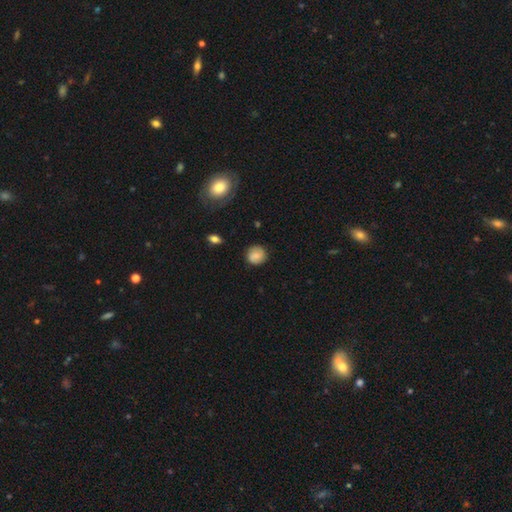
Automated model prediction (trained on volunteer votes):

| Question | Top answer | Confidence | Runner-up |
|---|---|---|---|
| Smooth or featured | smooth | 80% | featured or disk (12%) |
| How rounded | round | 88% | in between (11%) |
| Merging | none | 85% | minor disturbance (11%) |